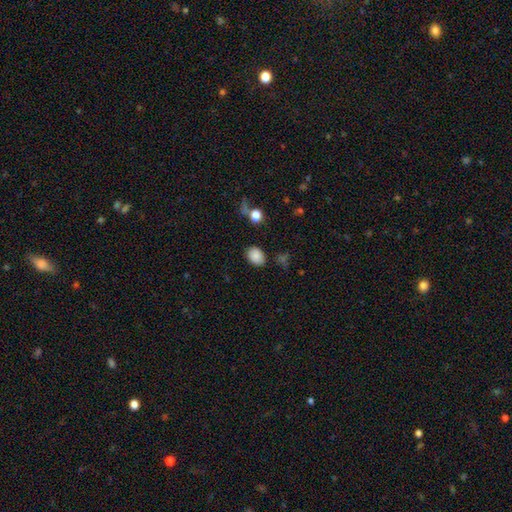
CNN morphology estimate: Smooth or featured? smooth (85%)
How rounded? in between (74%)
Merging? none (81%)